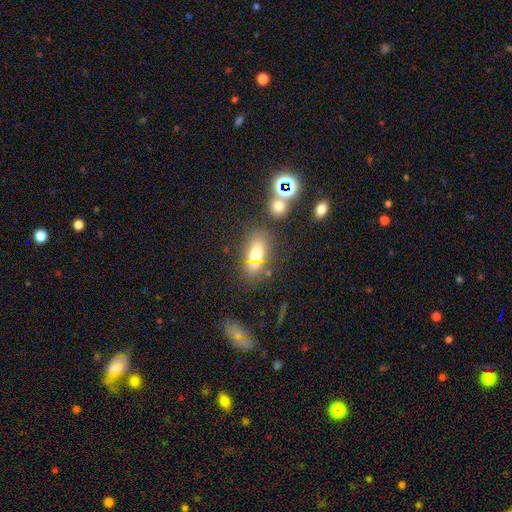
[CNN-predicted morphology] smooth 64%, star or artifact 23%, featured or disk 13%. Down the decision tree: how rounded — in between (75%); merging — none (68%).